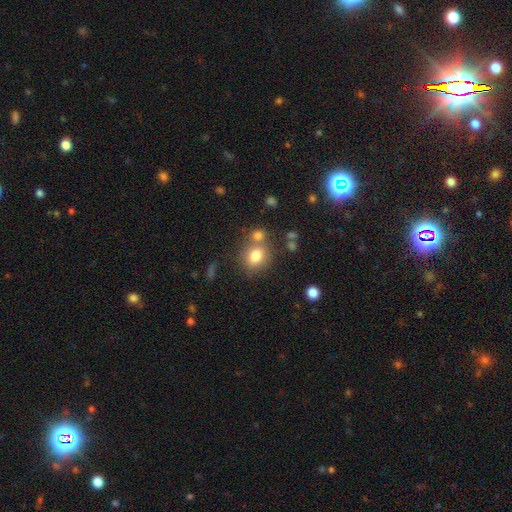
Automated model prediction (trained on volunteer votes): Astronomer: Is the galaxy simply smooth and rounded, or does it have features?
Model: smooth — 80%.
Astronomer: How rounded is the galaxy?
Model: round — 68%.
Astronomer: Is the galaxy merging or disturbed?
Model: none — 59%.